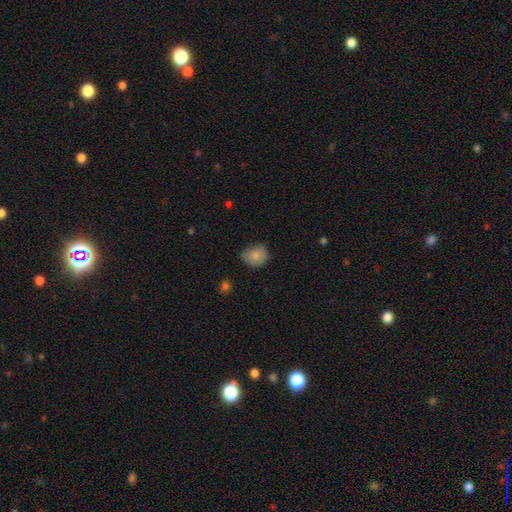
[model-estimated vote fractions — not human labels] A smooth galaxy with no disk features (84%) that is round (60%). Merging: none (66%).